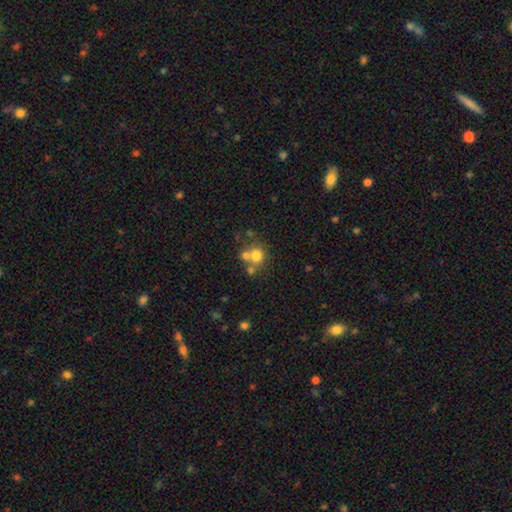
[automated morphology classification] Q: Smooth or featured?
A: smooth (69%); runner-up: featured or disk (18%)
Q: How rounded?
A: round (83%); runner-up: in between (16%)
Q: Merging?
A: none (47%); runner-up: merger (41%)